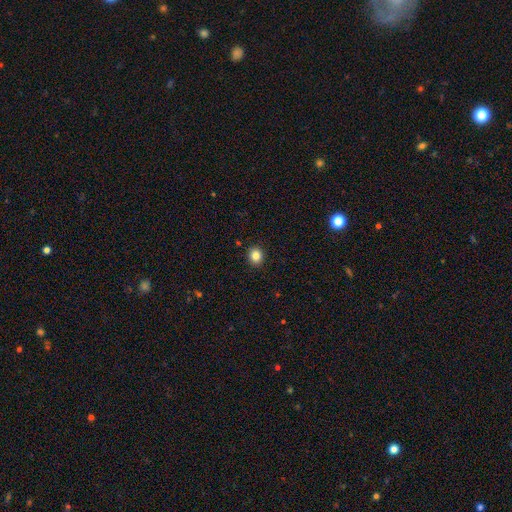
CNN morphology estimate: Smooth or featured? smooth (84%)
How rounded? round (80%)
Merging? none (92%)